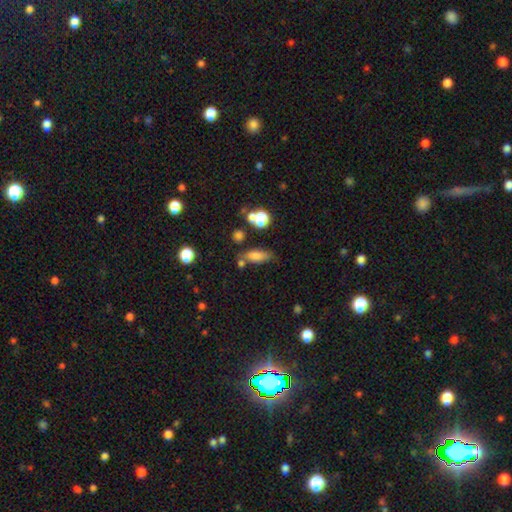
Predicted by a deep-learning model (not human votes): Smooth or featured? Predicted: smooth (p=0.77). How rounded? Predicted: in between (p=0.74). Merging? Predicted: none (p=0.59).